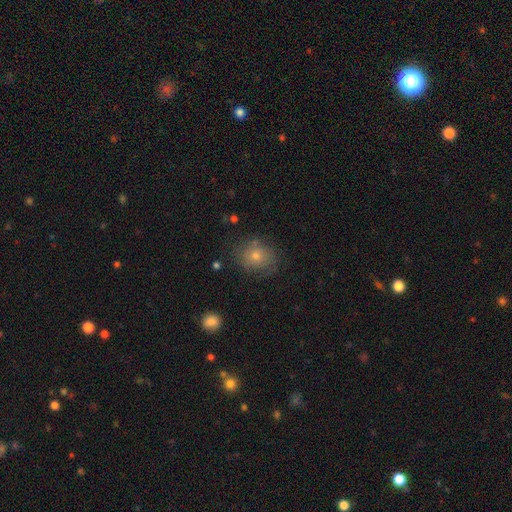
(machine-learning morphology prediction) Overall: smooth (64%). How rounded: round (70%). Merging: none (75%).